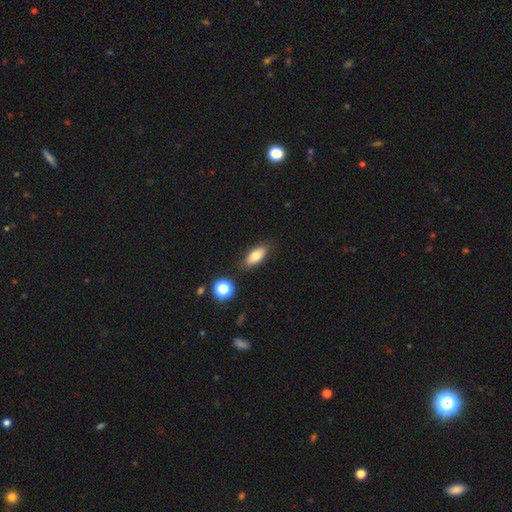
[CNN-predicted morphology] The model was most divided on "smooth or featured": smooth: 77%, featured or disk: 14%, star or artifact: 9%. More confident: how rounded — in between (86%); merging — none (82%).